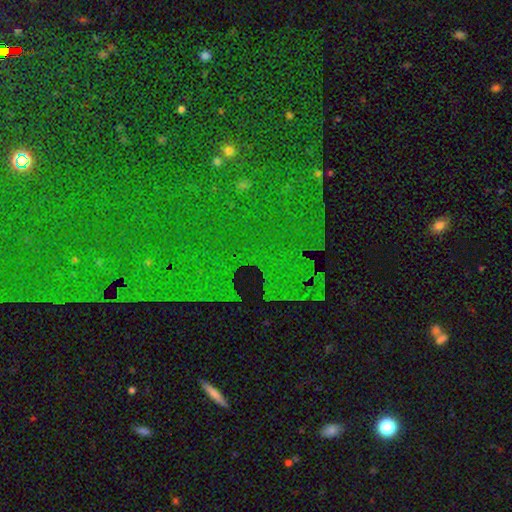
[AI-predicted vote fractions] Morphology: type=star or artifact (81%).